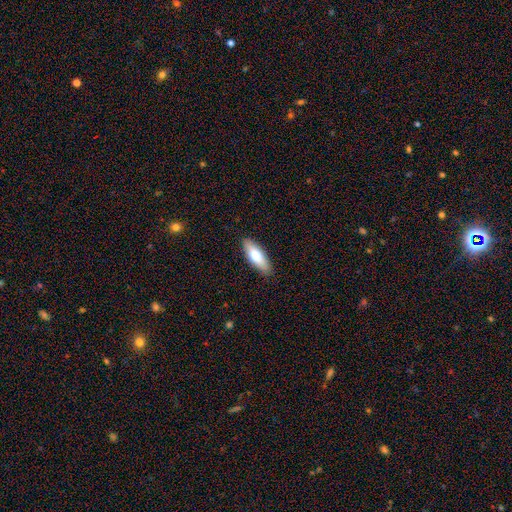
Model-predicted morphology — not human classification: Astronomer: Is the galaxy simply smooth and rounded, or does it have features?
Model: smooth — 66%.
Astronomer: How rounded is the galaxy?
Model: in between — 64%.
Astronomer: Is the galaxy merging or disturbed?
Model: none — 89%.